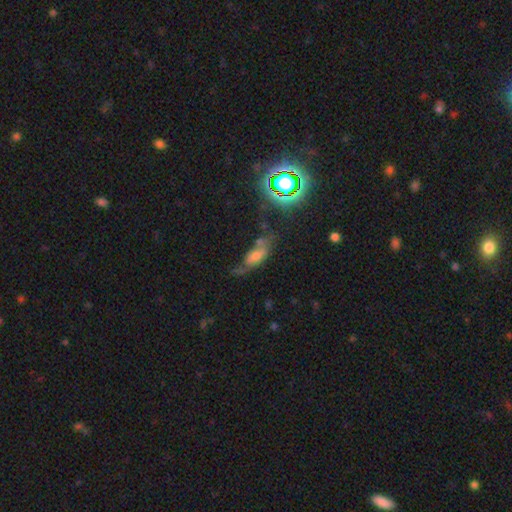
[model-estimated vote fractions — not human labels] Overall: smooth (45%; featured or disk 33%). Merging: none (42%; minor disturbance 26%).